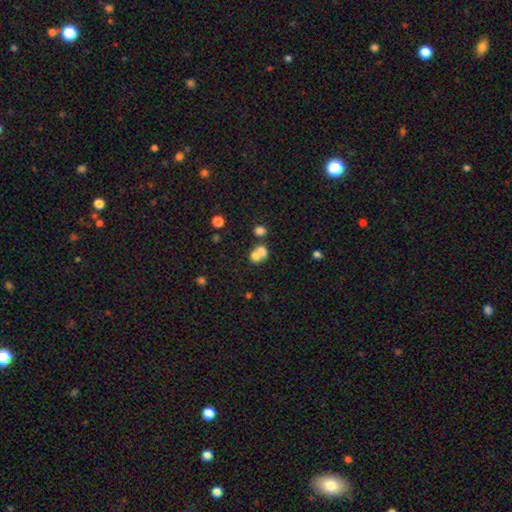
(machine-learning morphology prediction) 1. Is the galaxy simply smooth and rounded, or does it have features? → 70% smooth, 18% featured or disk, 12% star or artifact.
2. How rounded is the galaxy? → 62% round, 37% in between, 1% cigar-shaped.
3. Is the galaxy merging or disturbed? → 64% merger, 26% none, 6% minor disturbance, 4% major disturbance.